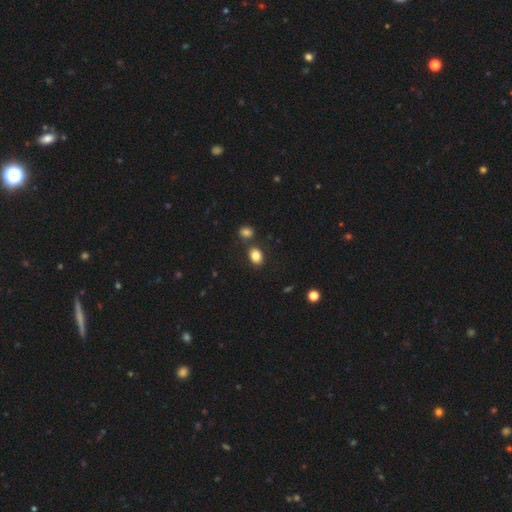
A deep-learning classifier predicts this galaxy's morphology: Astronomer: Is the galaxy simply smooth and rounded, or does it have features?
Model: smooth — 84%.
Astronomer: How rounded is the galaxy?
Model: in between — 68%.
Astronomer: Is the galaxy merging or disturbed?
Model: none — 75%.